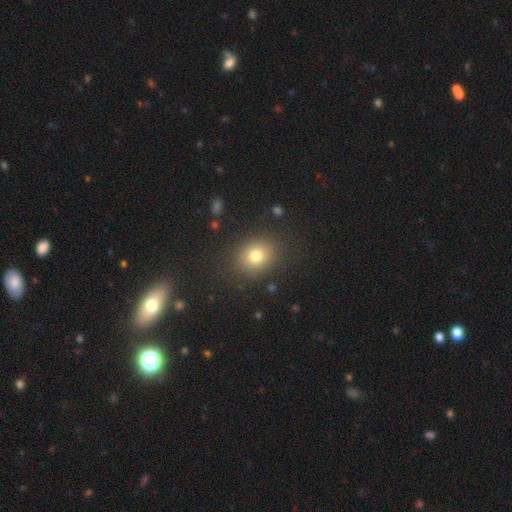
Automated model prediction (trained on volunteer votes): Smooth or featured?
  - smooth: 77% *
  - star or artifact: 14%
  - featured or disk: 10%
How rounded?
  - round: 61% *
  - in between: 38%
  - cigar-shaped: 1%
Merging?
  - none: 85% *
  - minor disturbance: 9%
  - major disturbance: 4%
  - merger: 1%